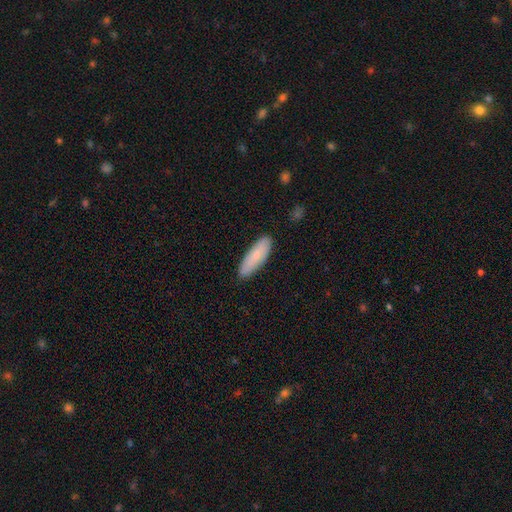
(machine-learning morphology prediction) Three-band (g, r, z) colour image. It shows a smooth galaxy with no disk features (72%) that is in between round and cigar-shaped (55%). Merging: none (86%).